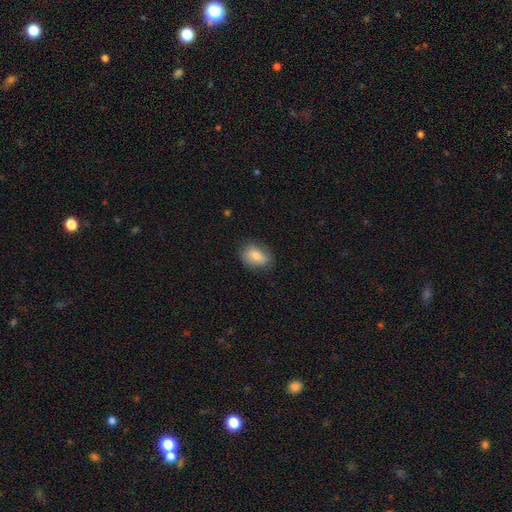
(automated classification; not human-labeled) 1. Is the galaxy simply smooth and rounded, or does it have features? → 75% smooth, 16% featured or disk, 8% star or artifact.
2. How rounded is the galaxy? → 74% in between, 24% round, 2% cigar-shaped.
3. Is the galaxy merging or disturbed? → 75% none, 19% minor disturbance, 5% major disturbance, 1% merger.